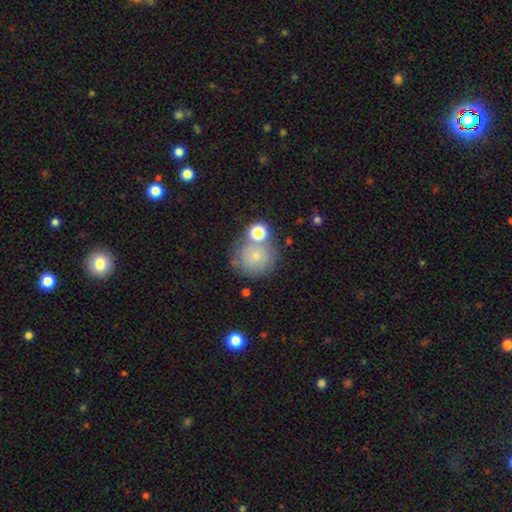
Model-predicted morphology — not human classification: smooth 70%, featured or disk 18%, star or artifact 12%. Down the decision tree: how rounded — round (92%); merging — none (62%).